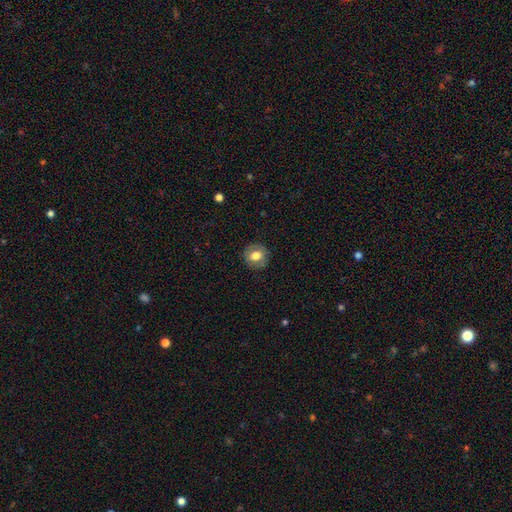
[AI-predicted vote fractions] Smooth or featured? Predicted: smooth (p=0.65). How rounded? Predicted: round (p=0.86). Merging? Predicted: none (p=0.85).